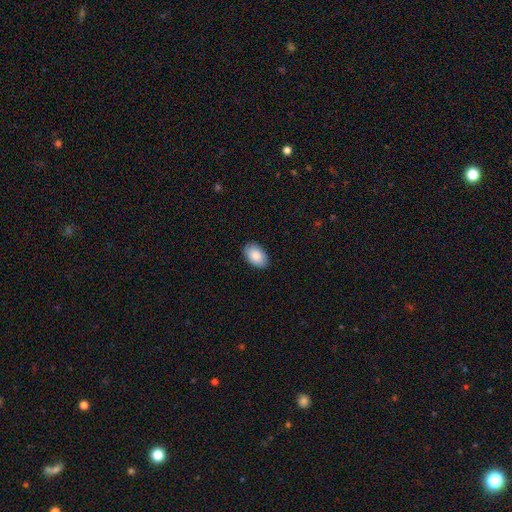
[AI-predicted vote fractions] This appears to be a smooth galaxy with no disk features (86%) that is in between round and cigar-shaped (92%). Merging: none (88%).